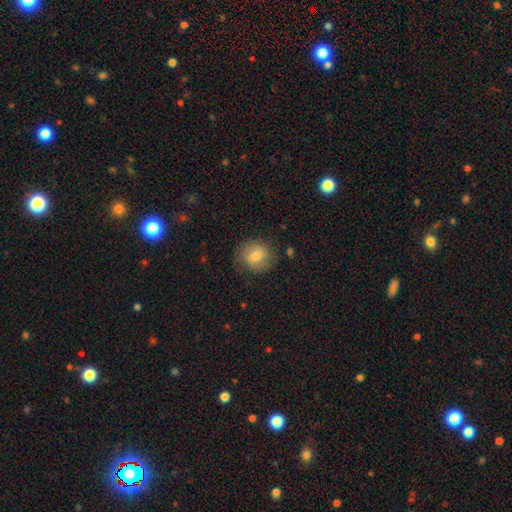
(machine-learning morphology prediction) A smooth galaxy with no disk features (74%) that is round (79%). Merging: none (80%).